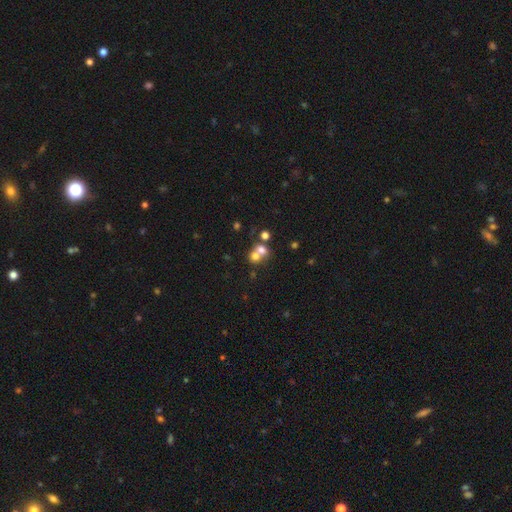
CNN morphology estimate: Smooth or featured? smooth (66%)
How rounded? round (77%)
Merging? merger (60%)